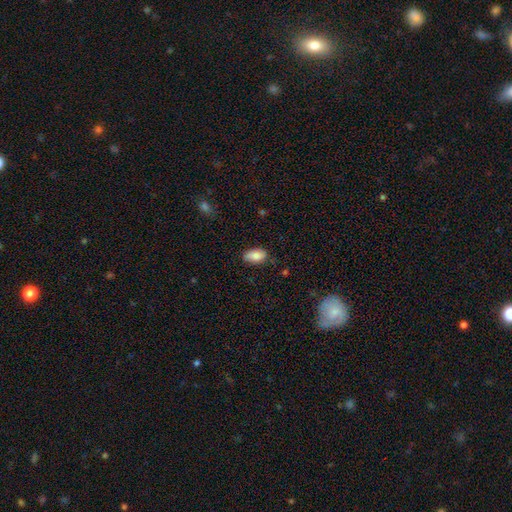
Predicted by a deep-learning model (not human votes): This is clearly a smooth galaxy (82%). How rounded: clearly in between (93%). Merging: likely none (78%).